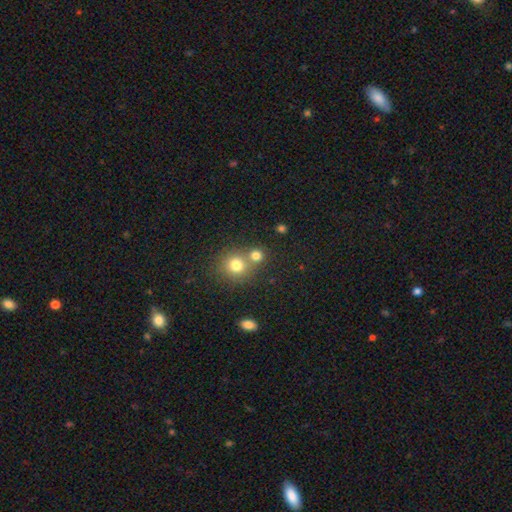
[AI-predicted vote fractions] smooth 77%, star or artifact 14%, featured or disk 8%. Down the decision tree: how rounded — round (86%); merging — none (57%).